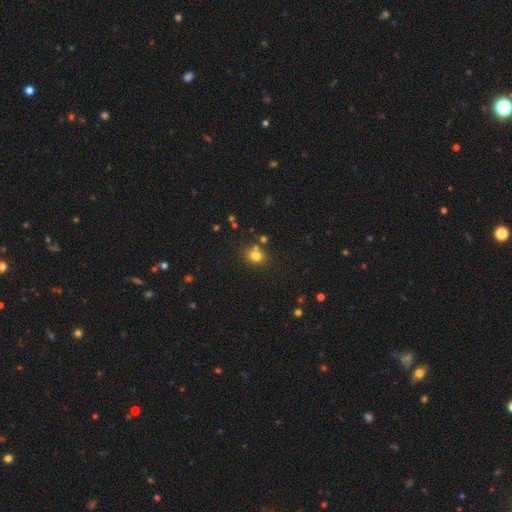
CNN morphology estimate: Q: Smooth or featured?
A: smooth (76%); runner-up: star or artifact (15%)
Q: How rounded?
A: round (63%); runner-up: in between (36%)
Q: Merging?
A: none (68%); runner-up: merger (16%)